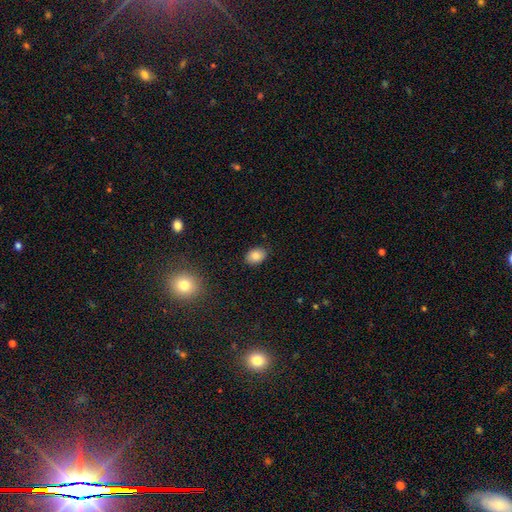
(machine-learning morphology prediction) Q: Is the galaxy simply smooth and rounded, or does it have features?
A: smooth — 83%.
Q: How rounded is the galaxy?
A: in between — 78%.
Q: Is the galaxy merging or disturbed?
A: none — 86%.